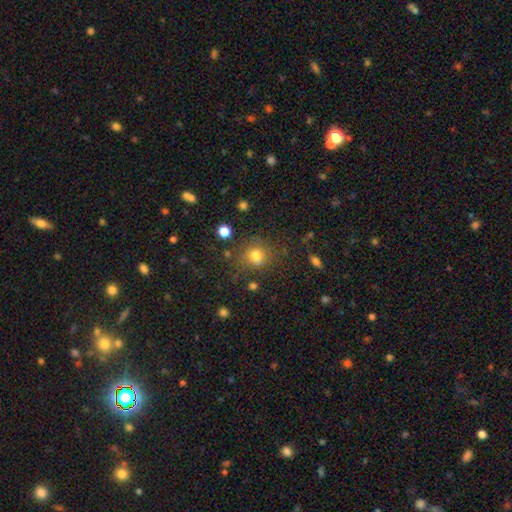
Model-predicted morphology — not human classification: smooth_or_featured: smooth (p=0.77) [alt: star or artifact p=0.15]
how_rounded: round (p=0.85) [alt: in between p=0.14]
merging: none (p=0.77) [alt: minor disturbance p=0.13]